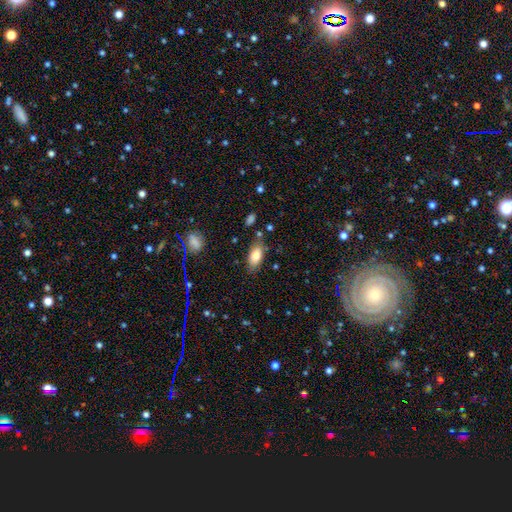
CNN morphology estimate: Smooth or featured?
  - smooth: 79% *
  - featured or disk: 13%
  - star or artifact: 7%
How rounded?
  - in between: 91% *
  - cigar-shaped: 6%
  - round: 4%
Merging?
  - none: 79% *
  - minor disturbance: 14%
  - merger: 4%
  - major disturbance: 3%